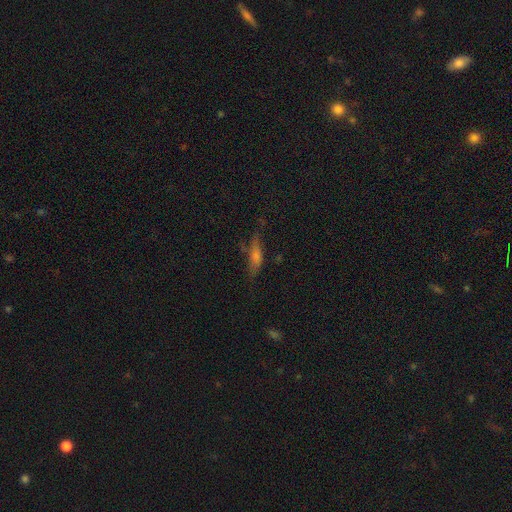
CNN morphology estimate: type=smooth (47%); merging=none (65%).